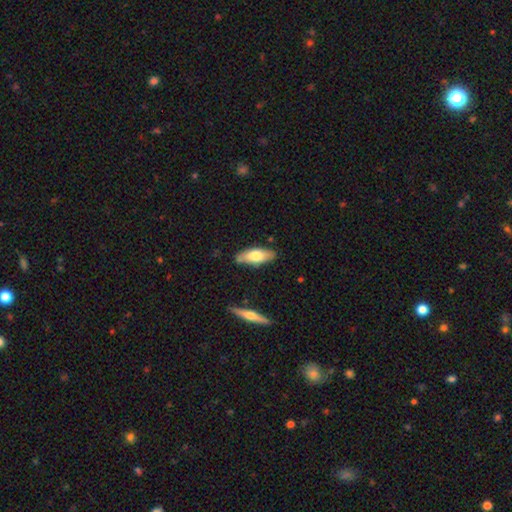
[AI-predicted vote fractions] smooth_or_featured: smooth (p=0.65) [alt: featured or disk p=0.29]
how_rounded: in between (p=0.70) [alt: cigar-shaped p=0.28]
merging: none (p=0.82) [alt: minor disturbance p=0.13]